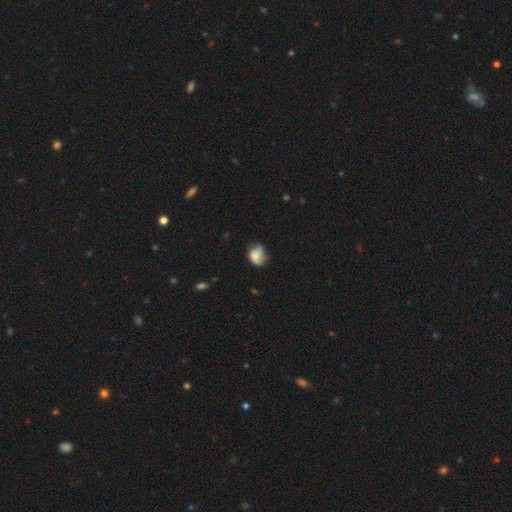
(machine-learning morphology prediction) Smooth or featured?
  - smooth: 63% *
  - featured or disk: 28%
  - star or artifact: 9%
How rounded?
  - in between: 53% *
  - round: 46%
  - cigar-shaped: 1%
Merging?
  - none: 44% *
  - minor disturbance: 36%
  - major disturbance: 17%
  - merger: 3%